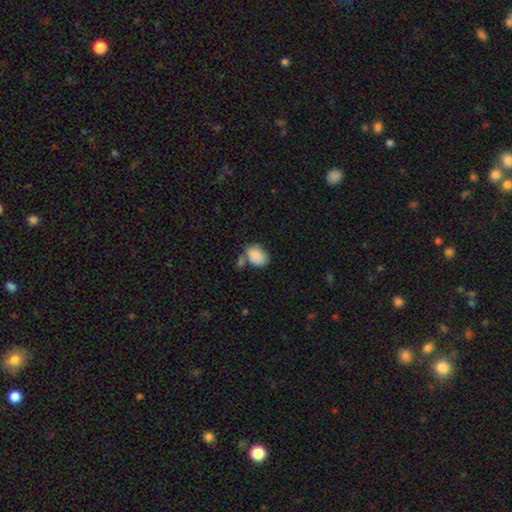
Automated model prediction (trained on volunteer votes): Smooth or featured? smooth (86%)
How rounded? in between (77%)
Merging? none (47%)